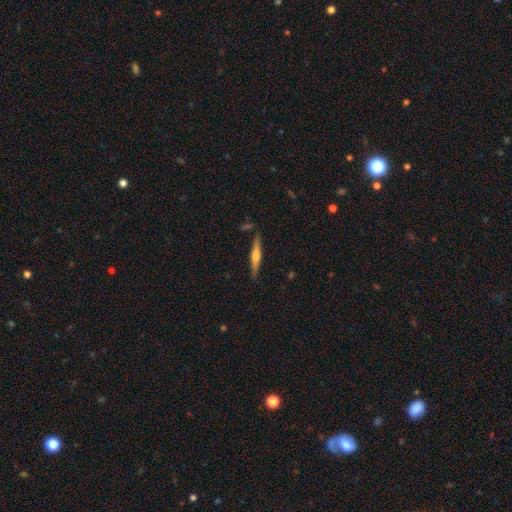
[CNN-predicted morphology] The model was most divided on "smooth or featured": featured or disk: 62%, smooth: 32%, star or artifact: 6%. More confident: edge-on disk — yes (97%); merging — none (87%); edge-on bulge — rounded (77%).